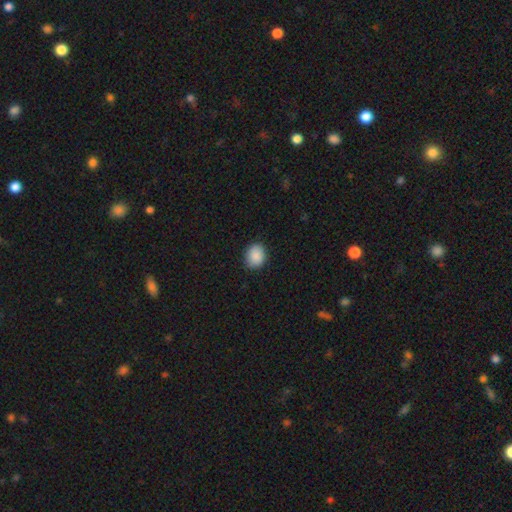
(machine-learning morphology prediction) A smooth galaxy with no disk features (89%) that is round (58%).

Vote fractions:
- Smooth or featured? smooth: 89% / star or artifact: 8% / featured or disk: 3%
- How rounded? round: 58% / in between: 41% / cigar-shaped: 1%
- Merging? none: 86% / minor disturbance: 11% / major disturbance: 2% / merger: 1%